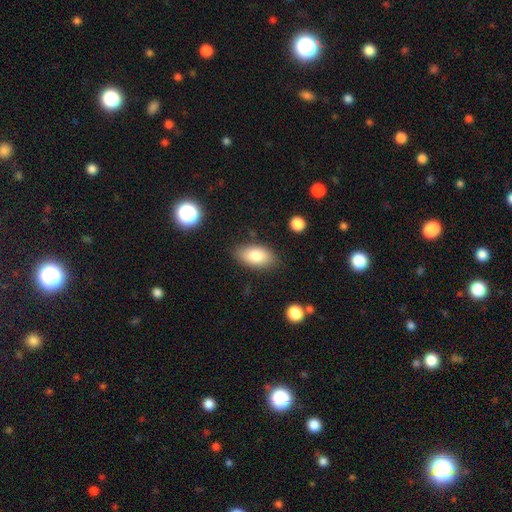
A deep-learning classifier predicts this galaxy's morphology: The model was most divided on "merging": none: 82%, minor disturbance: 13%, major disturbance: 3%, merger: 2%. More confident: how rounded — in between (92%); smooth or featured — smooth (82%).